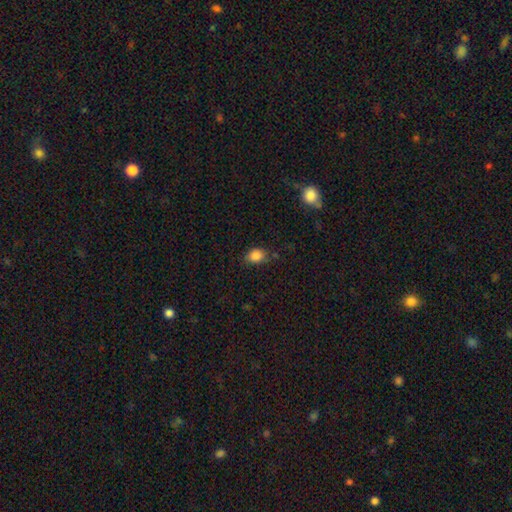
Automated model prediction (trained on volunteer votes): Morphology: type=smooth (85%); roundness=in between (61%); merging=none (73%).